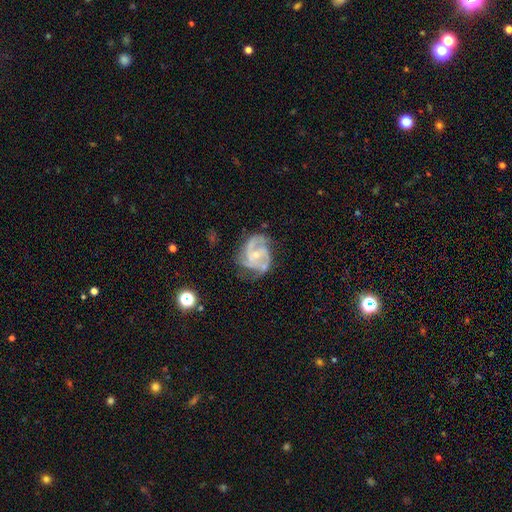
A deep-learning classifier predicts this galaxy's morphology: Smooth or featured: featured or disk — 88% (smooth — 7%)
Edge-on disk: no — 98% (yes — 2%)
Bar: no — 59% (weak — 32%)
Spiral arms: yes — 96% (no — 4%)
Spiral winding: medium — 51% (tight — 38%)
Spiral arm count: 3 — 45% (2 — 31%)
Bulge size: small — 63% (moderate — 33%)
Merging: none — 59% (minor disturbance — 24%)